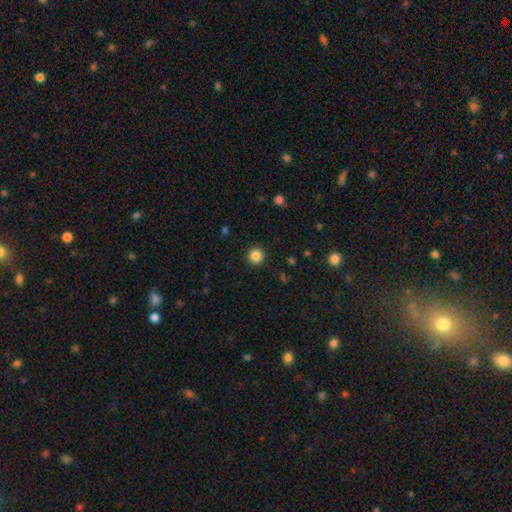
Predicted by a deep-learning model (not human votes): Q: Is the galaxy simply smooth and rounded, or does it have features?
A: smooth — 86%.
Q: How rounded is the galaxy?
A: round — 95%.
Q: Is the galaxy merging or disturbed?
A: none — 92%.